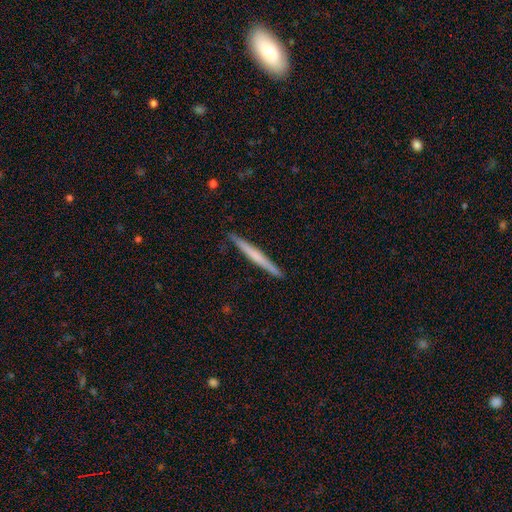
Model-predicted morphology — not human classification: Overall: featured or disk (48%; smooth 47%). Merging: none (91%).